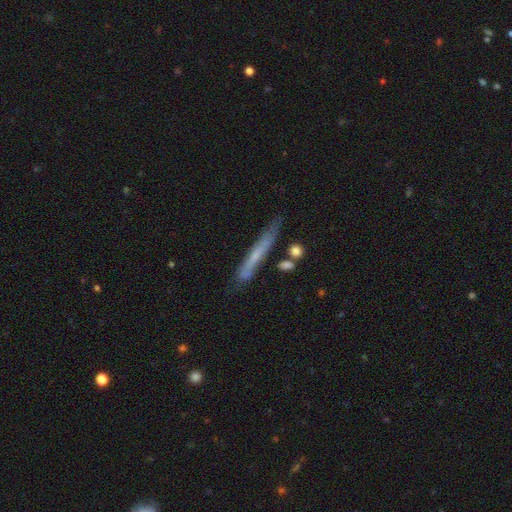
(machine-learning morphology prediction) Smooth or featured? featured or disk (49%)
Merging? none (73%)